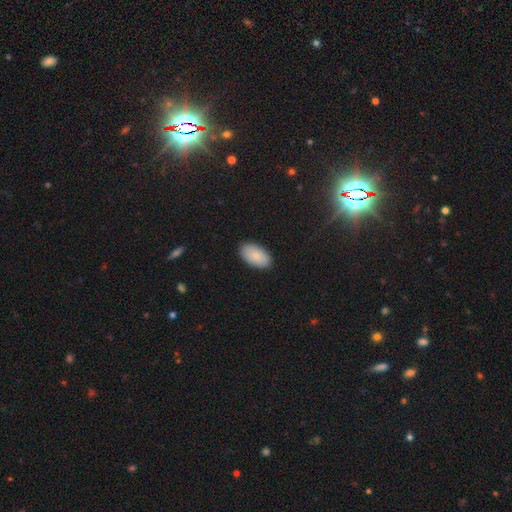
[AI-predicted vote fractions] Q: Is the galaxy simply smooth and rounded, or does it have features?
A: smooth — 86%.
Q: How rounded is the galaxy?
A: in between — 95%.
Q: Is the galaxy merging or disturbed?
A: none — 89%.